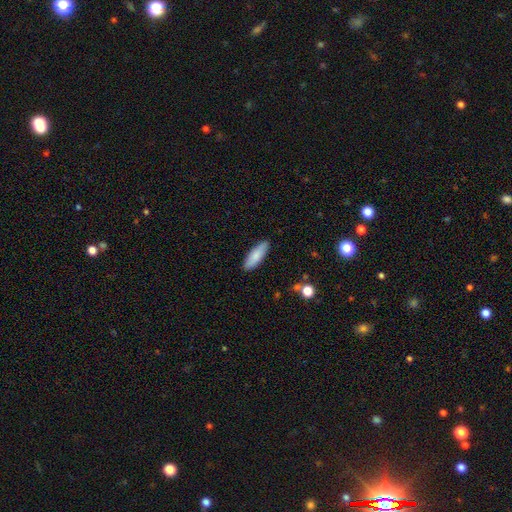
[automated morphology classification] Smooth or featured? smooth (82%)
How rounded? in between (52%)
Merging? none (89%)